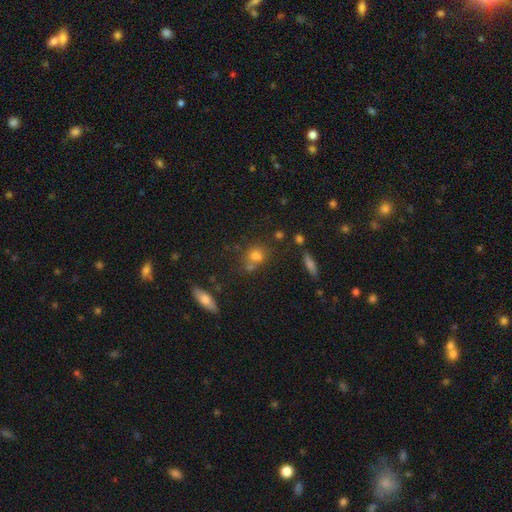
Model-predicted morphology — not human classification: The model was most divided on "merging": none: 53%, merger: 28%, minor disturbance: 14%, major disturbance: 5%. More confident: smooth or featured — smooth (73%); how rounded — round (61%).